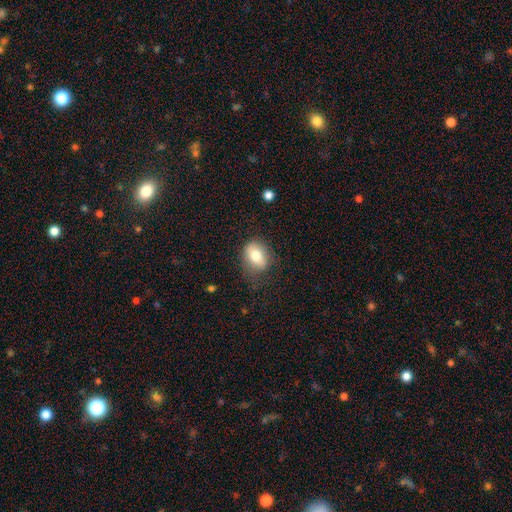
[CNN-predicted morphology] This appears to be a smooth galaxy with no disk features (73%) that is in between round and cigar-shaped (70%). Merging: none (65%).